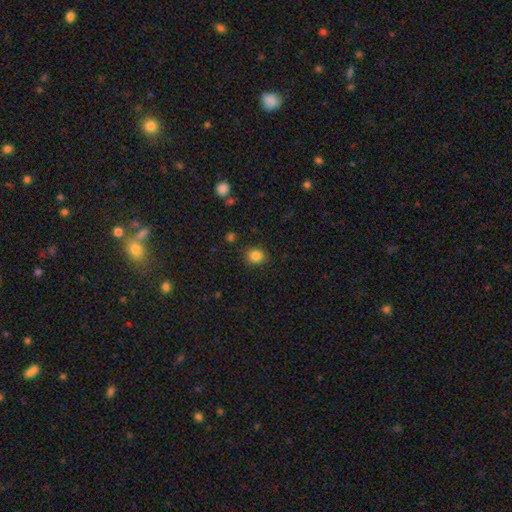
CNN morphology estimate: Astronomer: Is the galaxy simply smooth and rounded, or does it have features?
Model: smooth — 84%.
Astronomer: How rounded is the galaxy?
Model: round — 80%.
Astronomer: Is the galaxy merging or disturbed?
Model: none — 88%.